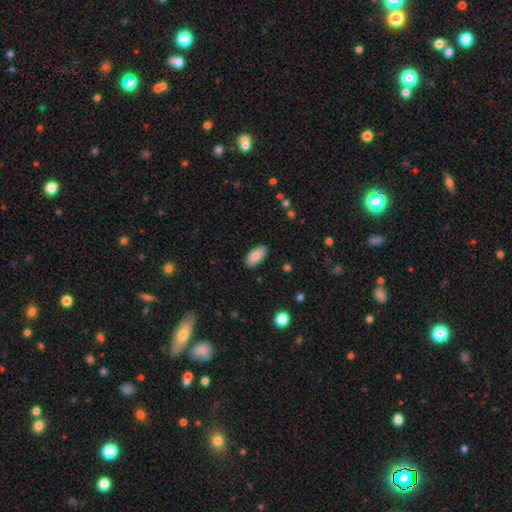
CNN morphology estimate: smooth 84%, featured or disk 9%, star or artifact 7%. Down the decision tree: how rounded — in between (94%); merging — none (87%).